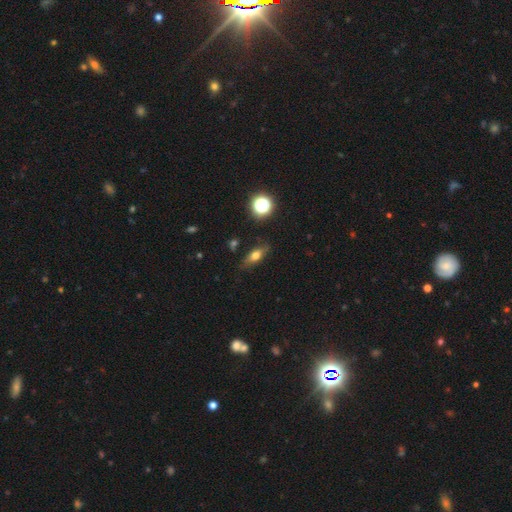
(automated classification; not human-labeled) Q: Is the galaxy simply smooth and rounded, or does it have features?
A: smooth — 63%.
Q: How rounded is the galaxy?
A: in between — 65%.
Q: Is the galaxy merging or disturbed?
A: none — 79%.